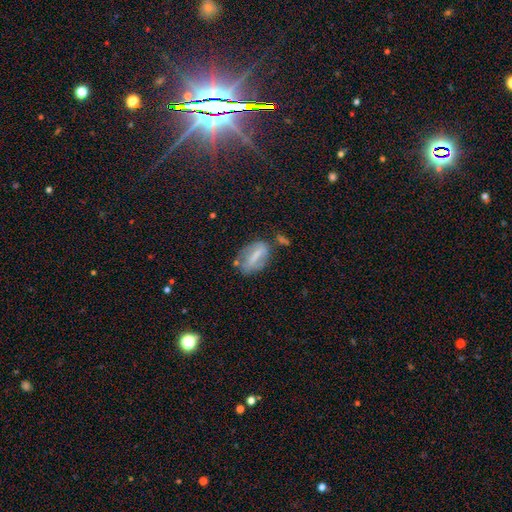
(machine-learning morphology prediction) smooth-or-featured: smooth: 47% | featured or disk: 42% | star or artifact: 10%
  merging: none: 50% | minor disturbance: 28% | major disturbance: 14% | merger: 8%